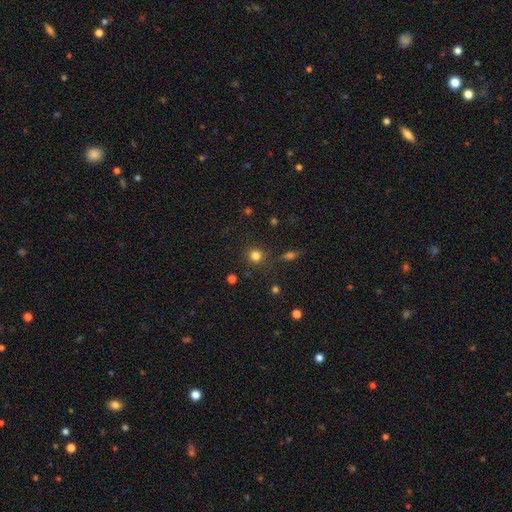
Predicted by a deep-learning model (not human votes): Overall: smooth (80%). How rounded: round (90%). Merging: none (83%).